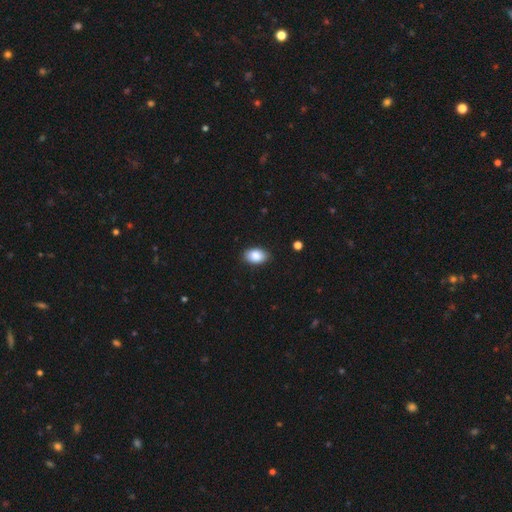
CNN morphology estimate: Smooth or featured?
  - smooth: 88% *
  - star or artifact: 7%
  - featured or disk: 5%
How rounded?
  - in between: 89% *
  - round: 10%
  - cigar-shaped: 1%
Merging?
  - none: 87% *
  - minor disturbance: 10%
  - major disturbance: 2%
  - merger: 1%